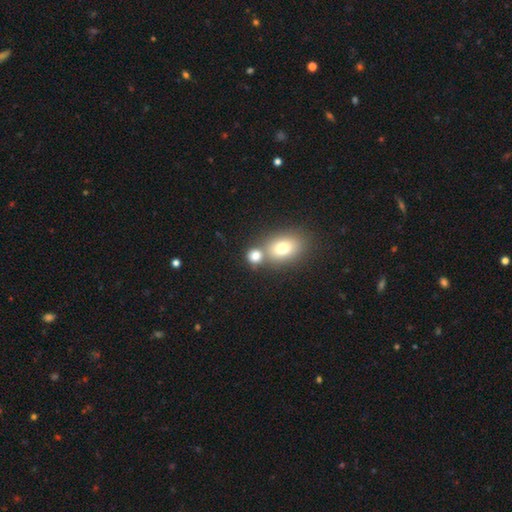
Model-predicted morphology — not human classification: type=smooth (78%); roundness=round (67%); merging=none (50%).